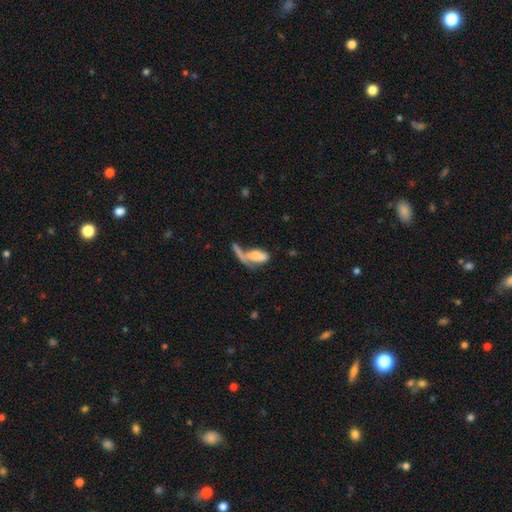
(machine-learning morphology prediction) A smooth galaxy with no disk features (65%) that is in between round and cigar-shaped (78%).

Vote fractions:
- Smooth or featured? smooth: 65% / featured or disk: 26% / star or artifact: 9%
- How rounded? in between: 78% / cigar-shaped: 18% / round: 5%
- Merging? merger: 44% / none: 26% / major disturbance: 18% / minor disturbance: 12%